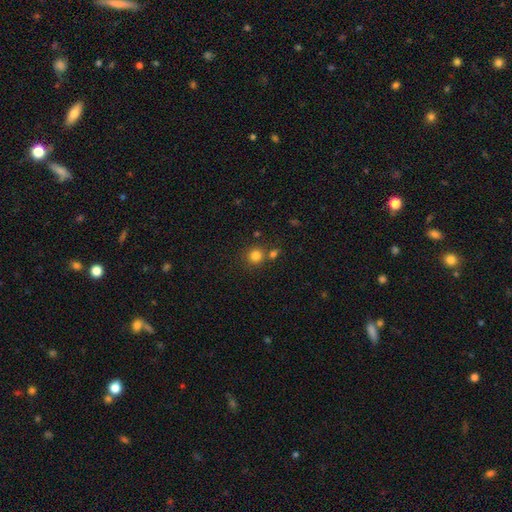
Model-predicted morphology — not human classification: Smooth or featured: smooth — 82% (star or artifact — 13%)
How rounded: round — 91% (in between — 8%)
Merging: none — 70% (merger — 18%)